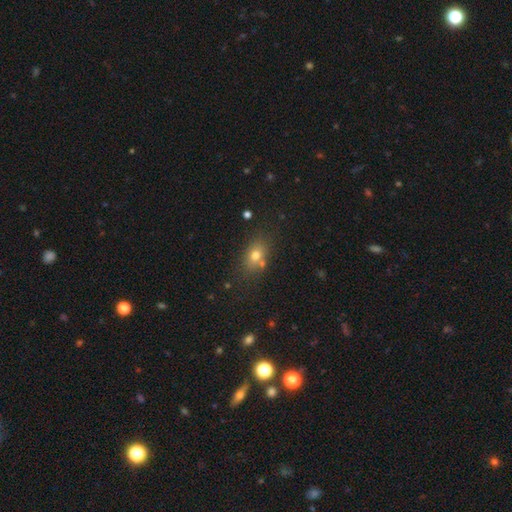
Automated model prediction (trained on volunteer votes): smooth-or-featured: smooth: 72% | star or artifact: 14% | featured or disk: 14%
  how-rounded: in between: 65% | round: 32% | cigar-shaped: 3%
  merging: none: 67% | minor disturbance: 14% | merger: 13% | major disturbance: 5%